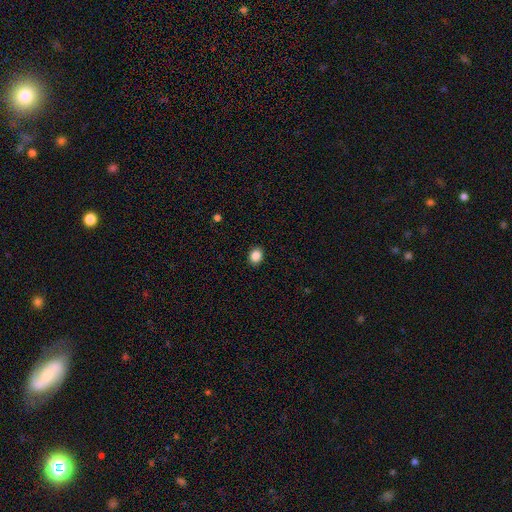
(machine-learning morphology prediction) type=smooth (87%); roundness=round (54%); merging=none (91%).